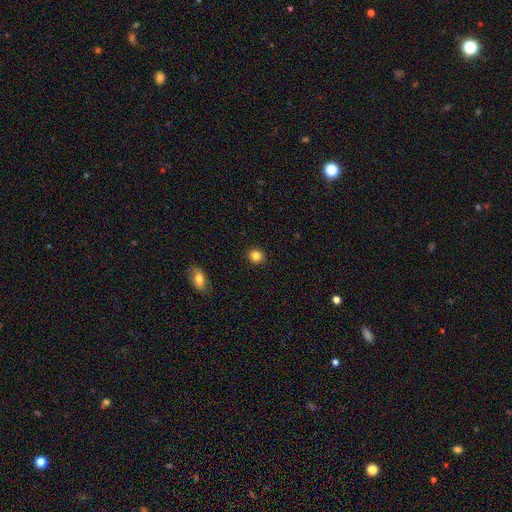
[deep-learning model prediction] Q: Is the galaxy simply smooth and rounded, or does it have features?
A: smooth — 84%.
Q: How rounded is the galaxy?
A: round — 84%.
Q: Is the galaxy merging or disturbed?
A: none — 91%.